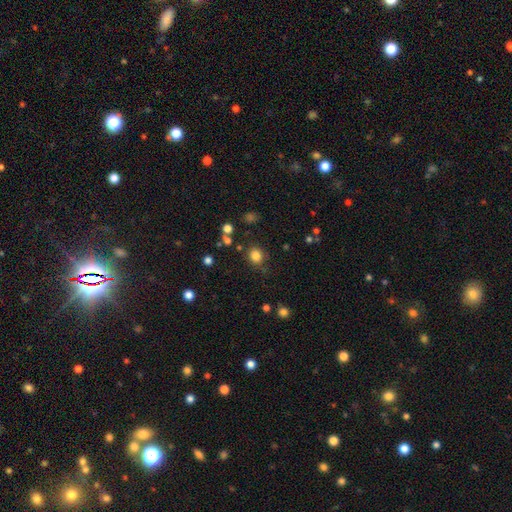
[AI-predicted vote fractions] Q: Smooth or featured?
A: smooth (82%); runner-up: star or artifact (13%)
Q: How rounded?
A: round (76%); runner-up: in between (23%)
Q: Merging?
A: none (80%); runner-up: minor disturbance (12%)